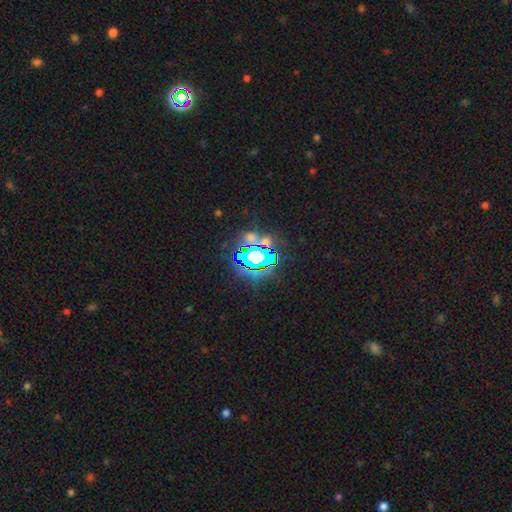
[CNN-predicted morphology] star or artifact 69%, smooth 18%, featured or disk 13%.